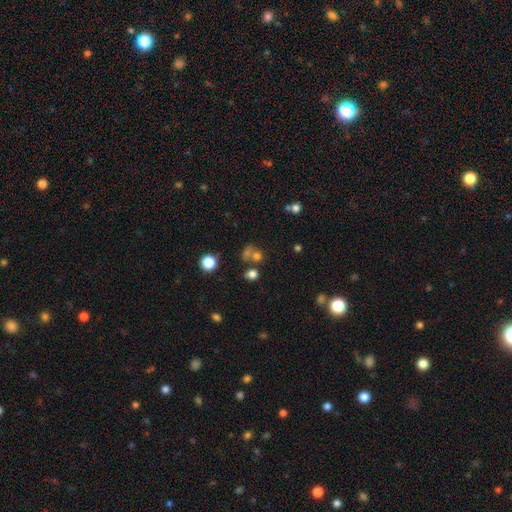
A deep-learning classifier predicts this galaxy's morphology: Overall: smooth (59%; star or artifact 26%). How rounded: round (79%). Merging: none (48%; merger 35%).